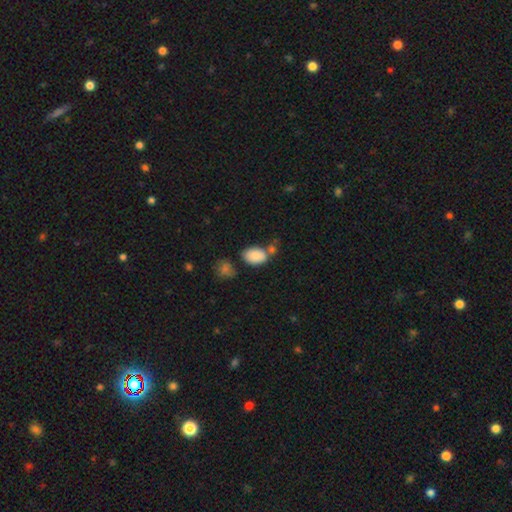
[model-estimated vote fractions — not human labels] The model was most divided on "merging": none: 57%, merger: 20%, minor disturbance: 18%, major disturbance: 5%. More confident: how rounded — in between (91%); smooth or featured — smooth (86%).